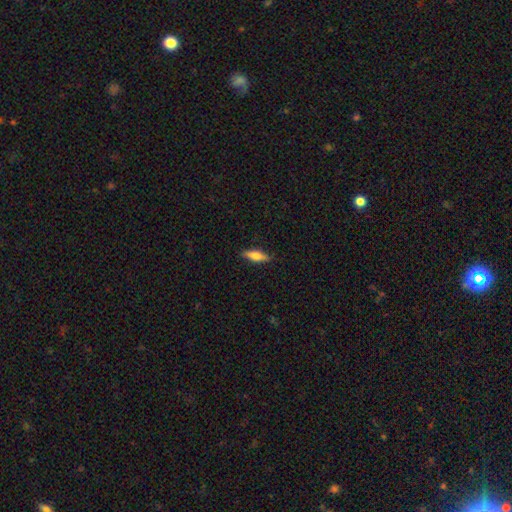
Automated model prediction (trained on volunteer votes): Smooth or featured: smooth — 60% (featured or disk — 34%)
How rounded: cigar-shaped — 55% (in between — 42%)
Merging: none — 87% (minor disturbance — 10%)